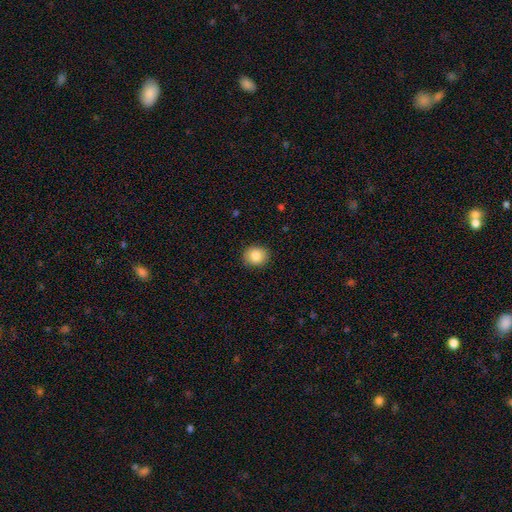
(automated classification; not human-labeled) Q: Smooth or featured?
A: smooth (85%); runner-up: star or artifact (9%)
Q: How rounded?
A: round (68%); runner-up: in between (31%)
Q: Merging?
A: none (89%); runner-up: minor disturbance (8%)